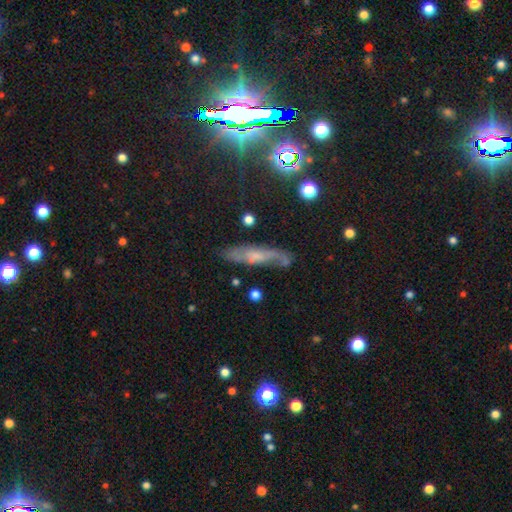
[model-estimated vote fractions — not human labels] This appears to be a featured or disk galaxy (52%). Merging: none (64%).